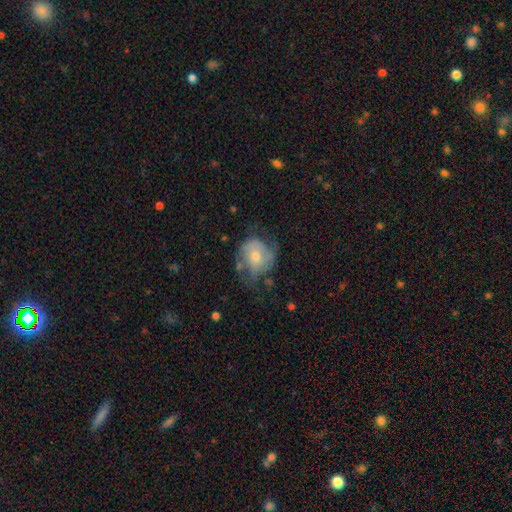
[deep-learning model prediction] This is possibly a featured or disk galaxy (46%, tied with smooth). Merging: marginally none (41%).